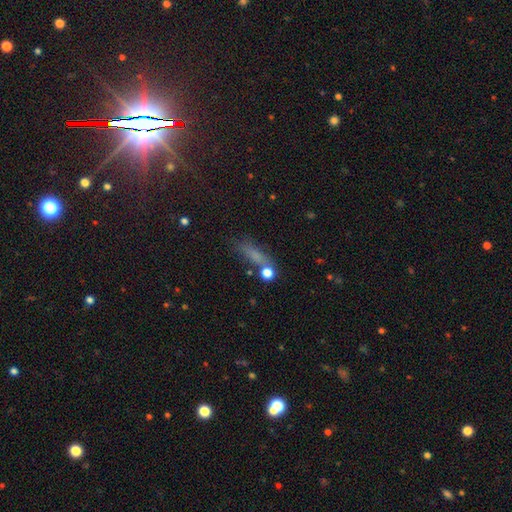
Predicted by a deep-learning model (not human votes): The model was most divided on "how rounded": cigar-shaped: 58%, in between: 31%, round: 11%. More confident: smooth or featured — smooth (66%); merging — none (62%).